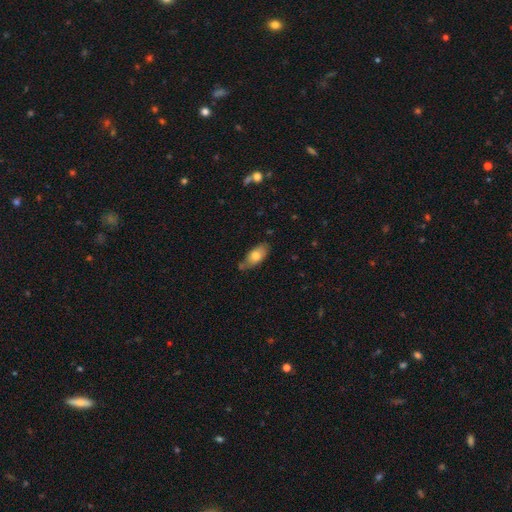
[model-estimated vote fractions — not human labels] smooth-or-featured: smooth: 74% | featured or disk: 20% | star or artifact: 7%
  how-rounded: in between: 87% | cigar-shaped: 9% | round: 3%
  merging: none: 62% | minor disturbance: 27% | merger: 6% | major disturbance: 5%